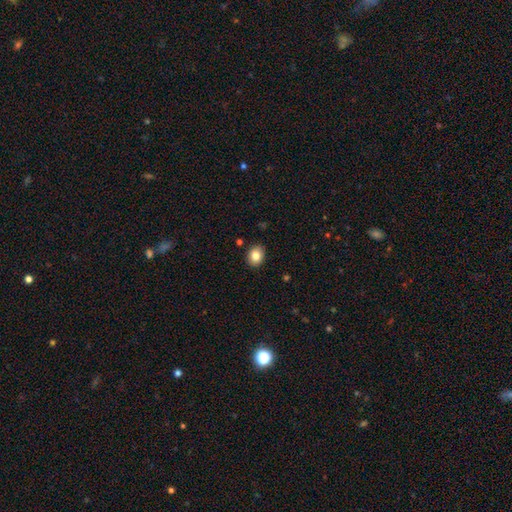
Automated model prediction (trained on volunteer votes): A smooth galaxy with no disk features (82%) that is in between round and cigar-shaped (50%). Merging: none (89%).